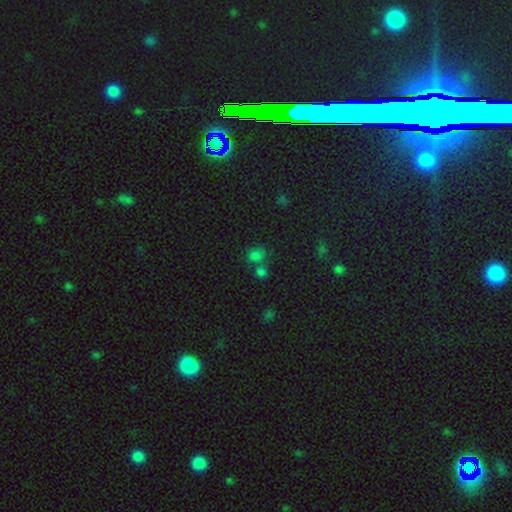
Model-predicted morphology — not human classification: Smooth or featured? smooth (68%)
How rounded? round (65%)
Merging? none (50%)